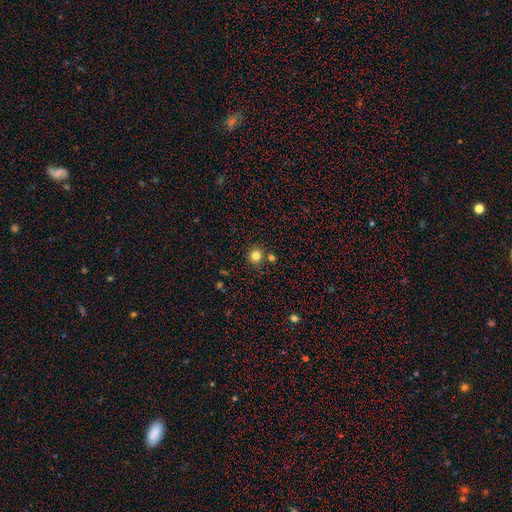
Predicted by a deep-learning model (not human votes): Smooth or featured?
  - smooth: 81% *
  - star or artifact: 14%
  - featured or disk: 6%
How rounded?
  - round: 92% *
  - in between: 7%
  - cigar-shaped: 1%
Merging?
  - none: 82% *
  - merger: 8%
  - minor disturbance: 8%
  - major disturbance: 2%